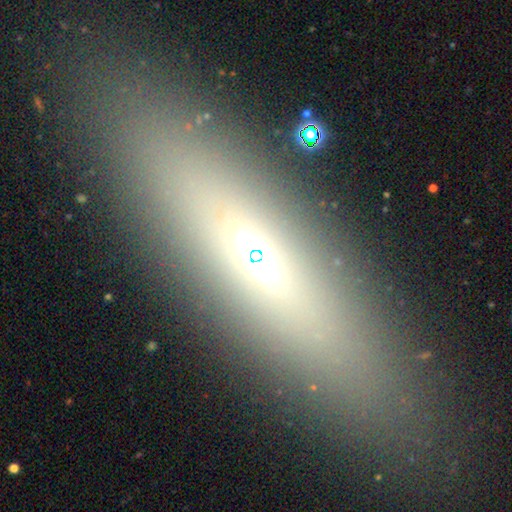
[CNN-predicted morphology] Smooth or featured?
  - smooth: 46% *
  - featured or disk: 35%
  - star or artifact: 19%
Merging?
  - none: 83% *
  - minor disturbance: 10%
  - major disturbance: 4%
  - merger: 3%